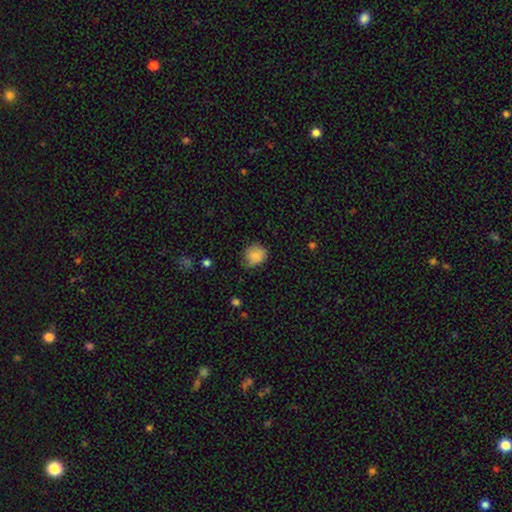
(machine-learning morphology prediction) type=smooth (83%); roundness=round (74%); merging=none (61%).